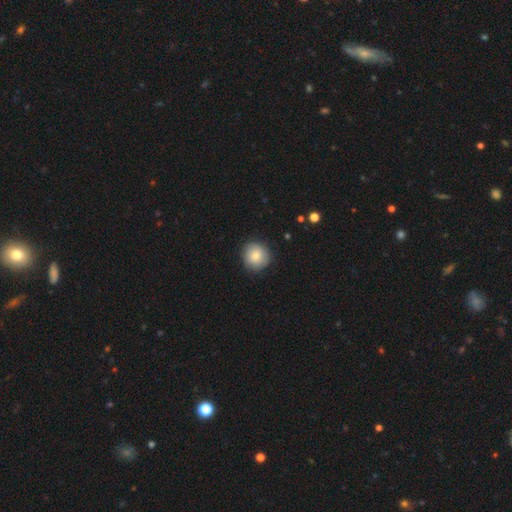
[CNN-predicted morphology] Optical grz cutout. It shows a smooth galaxy with no disk features (74%) that is round (92%). Merging: none (85%).